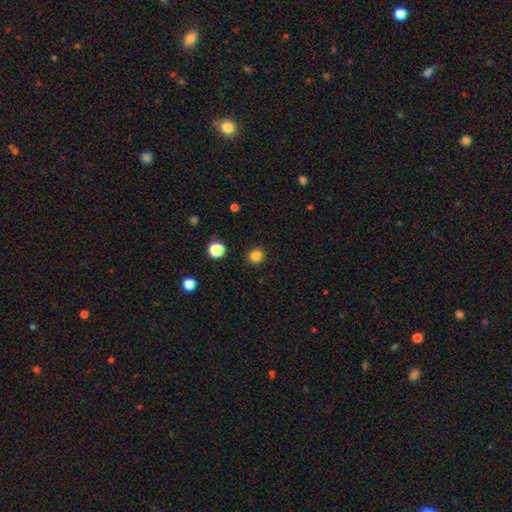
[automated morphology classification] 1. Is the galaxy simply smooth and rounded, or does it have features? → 84% smooth, 12% star or artifact, 4% featured or disk.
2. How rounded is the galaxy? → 92% round, 7% in between, 1% cigar-shaped.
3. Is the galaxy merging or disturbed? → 92% none, 5% minor disturbance, 2% major disturbance, 1% merger.